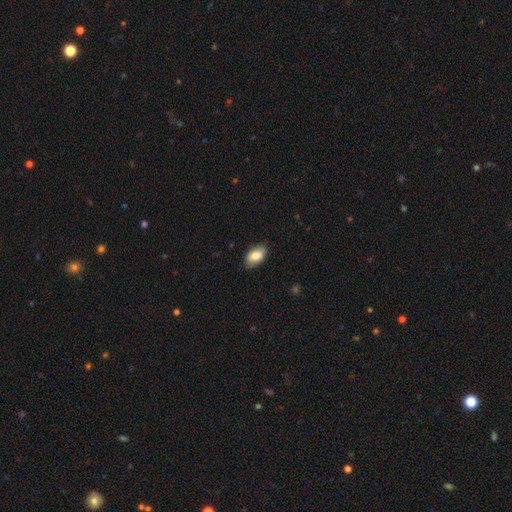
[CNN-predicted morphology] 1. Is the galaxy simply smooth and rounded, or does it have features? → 81% smooth, 13% featured or disk, 7% star or artifact.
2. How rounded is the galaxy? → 93% in between, 5% round, 2% cigar-shaped.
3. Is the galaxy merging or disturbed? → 83% none, 14% minor disturbance, 2% major disturbance, 1% merger.